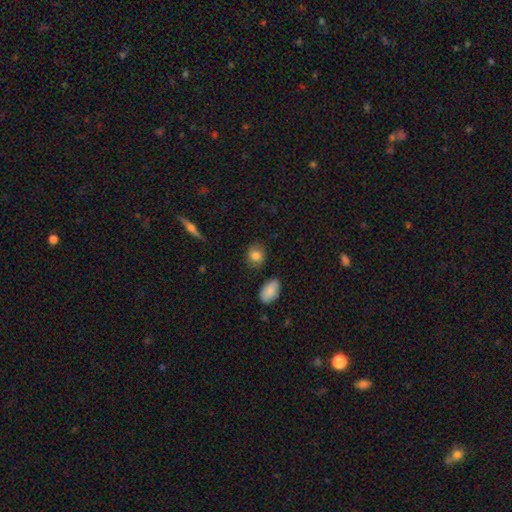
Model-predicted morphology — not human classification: This is clearly a smooth galaxy (81%). How rounded: likely round (61%). Merging: clearly none (81%).